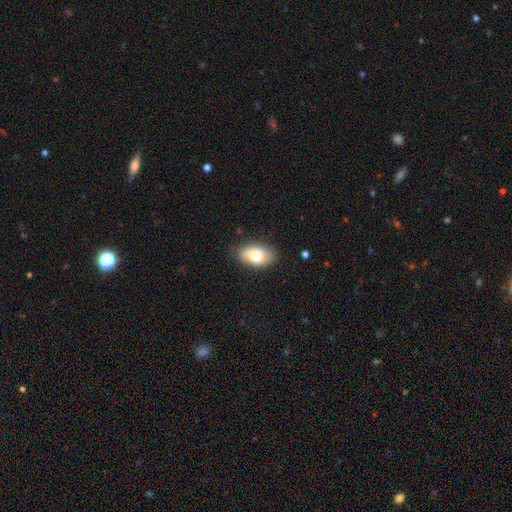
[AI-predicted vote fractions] Smooth or featured? Predicted: smooth (p=0.79). How rounded? Predicted: in between (p=0.92). Merging? Predicted: none (p=0.78).